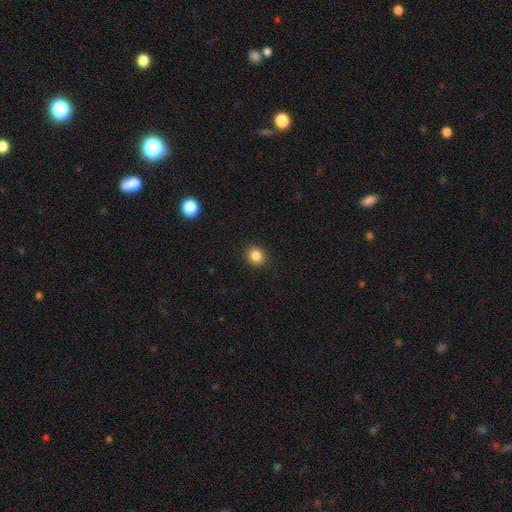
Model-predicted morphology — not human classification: This appears to be a smooth galaxy with no disk features (85%) that is round (70%). Merging: none (90%).